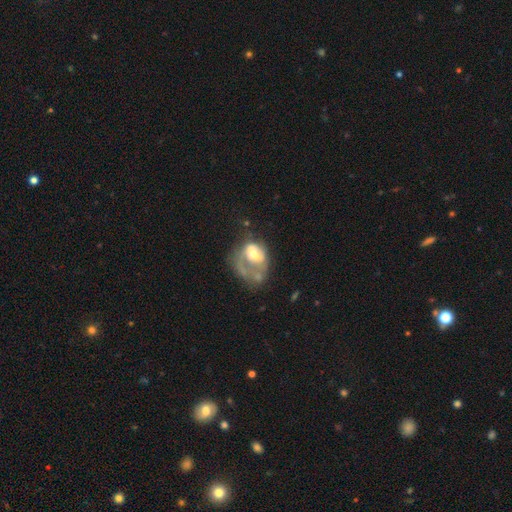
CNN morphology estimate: type=featured or disk (57%); edge-on=no (97%); bar=no (67%); spiral arms=no (61%); bulge=moderate (50%); merging=major disturbance (47%).